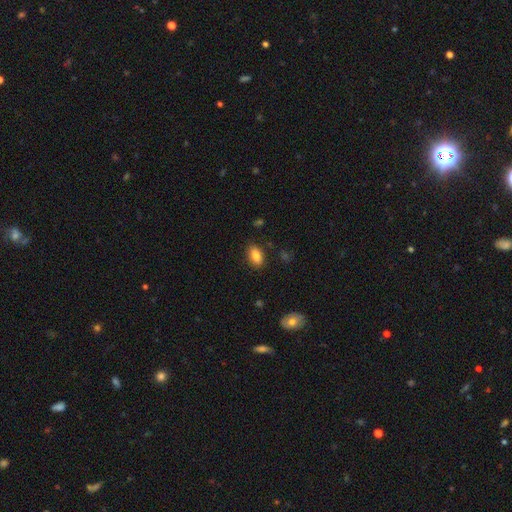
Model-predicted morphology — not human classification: Smooth or featured? smooth (85%)
How rounded? in between (90%)
Merging? none (85%)